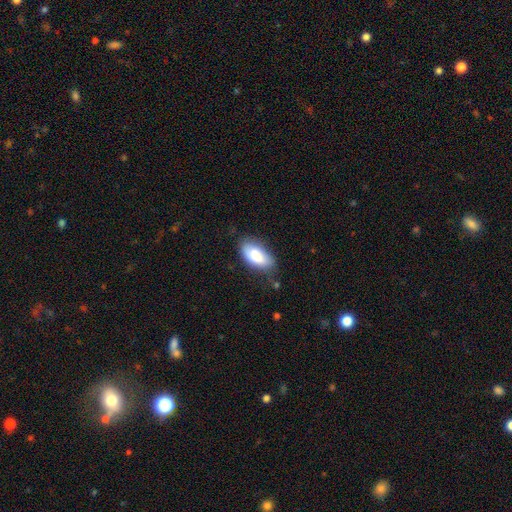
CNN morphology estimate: Smooth or featured? Predicted: smooth (p=0.82). How rounded? Predicted: in between (p=0.91). Merging? Predicted: none (p=0.67).